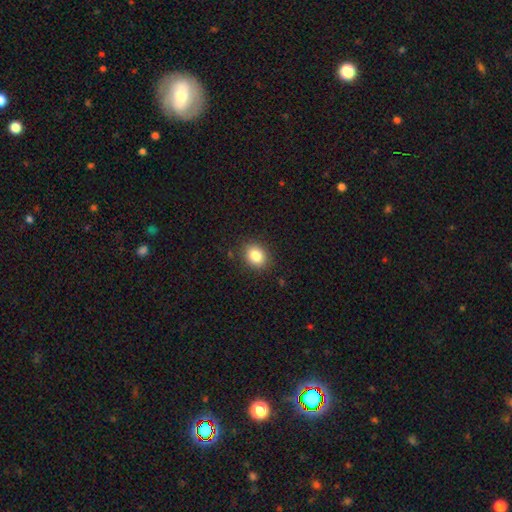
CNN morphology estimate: Smooth or featured? smooth (84%)
How rounded? round (51%)
Merging? none (88%)